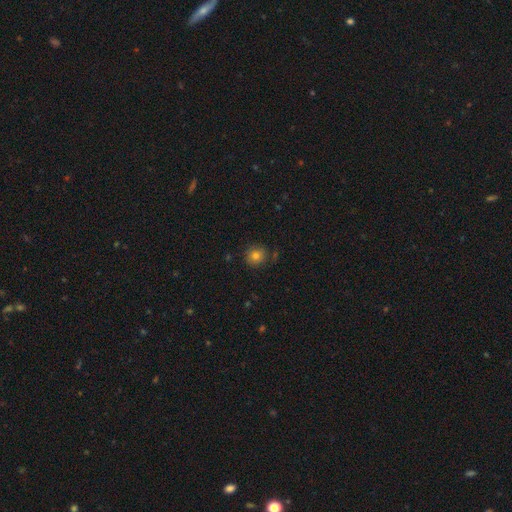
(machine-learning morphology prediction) A smooth galaxy with no disk features (78%) that is round (91%).

Vote fractions:
- Smooth or featured? smooth: 78% / star or artifact: 13% / featured or disk: 8%
- How rounded? round: 91% / in between: 8% / cigar-shaped: 1%
- Merging? none: 85% / minor disturbance: 10% / merger: 3% / major disturbance: 3%